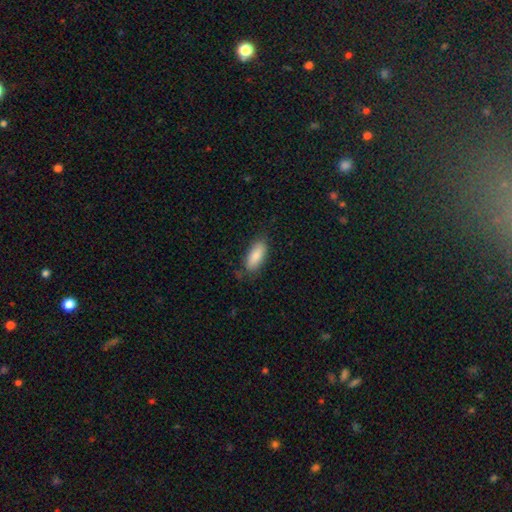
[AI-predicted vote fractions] Morphology: type=smooth (86%); roundness=in between (82%); merging=none (78%).